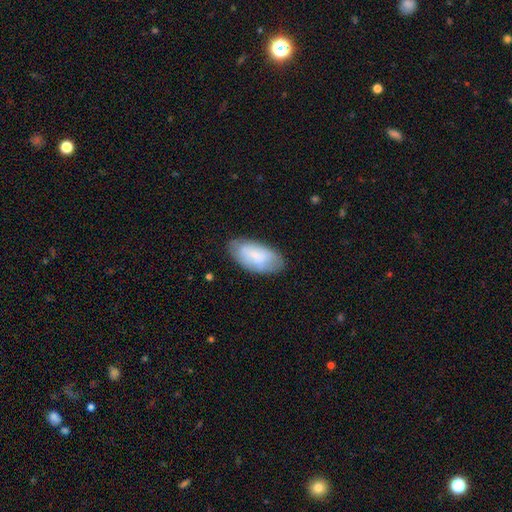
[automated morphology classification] smooth-or-featured: smooth: 72% | featured or disk: 21% | star or artifact: 7%
  how-rounded: in between: 94% | cigar-shaped: 3% | round: 2%
  merging: none: 72% | minor disturbance: 21% | major disturbance: 5% | merger: 1%